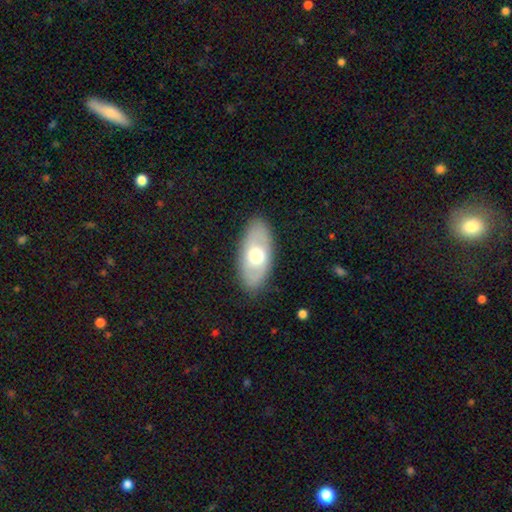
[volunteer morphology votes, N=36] Overall: smooth (61%; featured or disk 36%). How rounded: in between (100%). Merging: none (86%).